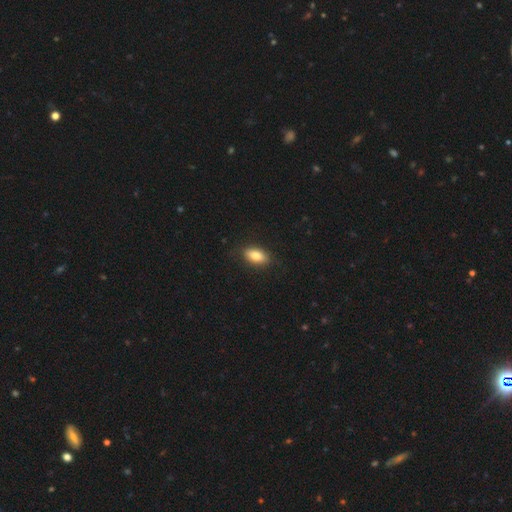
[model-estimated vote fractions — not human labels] smooth_or_featured: smooth (p=0.81) [alt: featured or disk p=0.12]
how_rounded: in between (p=0.88) [alt: cigar-shaped p=0.07]
merging: none (p=0.85) [alt: minor disturbance p=0.12]